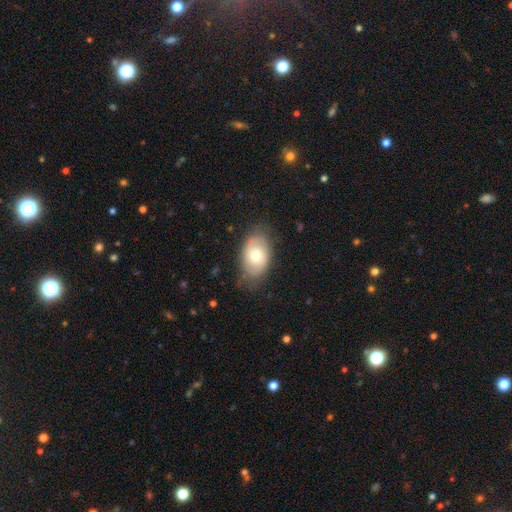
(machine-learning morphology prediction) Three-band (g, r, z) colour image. It shows a smooth galaxy with no disk features (66%) that is in between round and cigar-shaped (87%). Merging: none (73%).